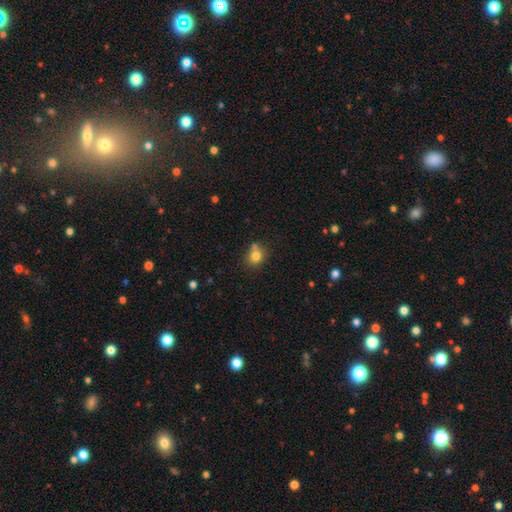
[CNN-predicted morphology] Smooth or featured: smooth — 79% (star or artifact — 12%)
How rounded: round — 73% (in between — 26%)
Merging: none — 58% (merger — 22%)